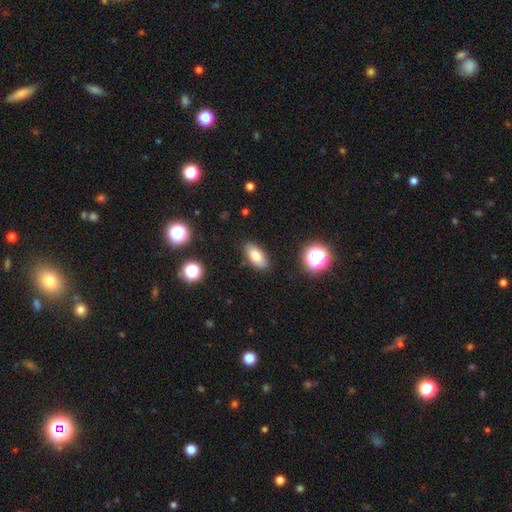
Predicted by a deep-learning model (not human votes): Smooth or featured?
  - smooth: 80% *
  - featured or disk: 11%
  - star or artifact: 9%
How rounded?
  - in between: 88% *
  - cigar-shaped: 8%
  - round: 4%
Merging?
  - none: 87% *
  - minor disturbance: 10%
  - major disturbance: 2%
  - merger: 2%